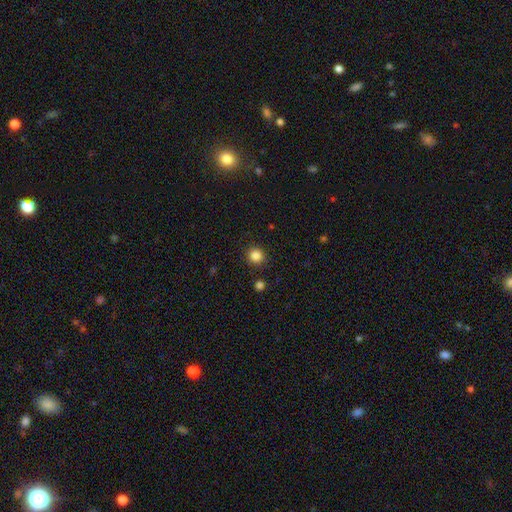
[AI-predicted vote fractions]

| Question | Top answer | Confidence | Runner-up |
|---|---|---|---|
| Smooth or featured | smooth | 84% | star or artifact (12%) |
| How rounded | round | 93% | in between (6%) |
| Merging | none | 90% | minor disturbance (6%) |